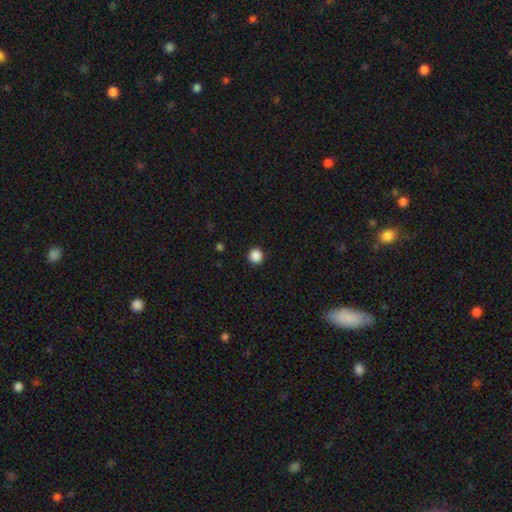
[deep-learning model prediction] The model was most divided on "smooth or featured": smooth: 87%, star or artifact: 10%, featured or disk: 2%. More confident: how rounded — round (96%); merging — none (93%).